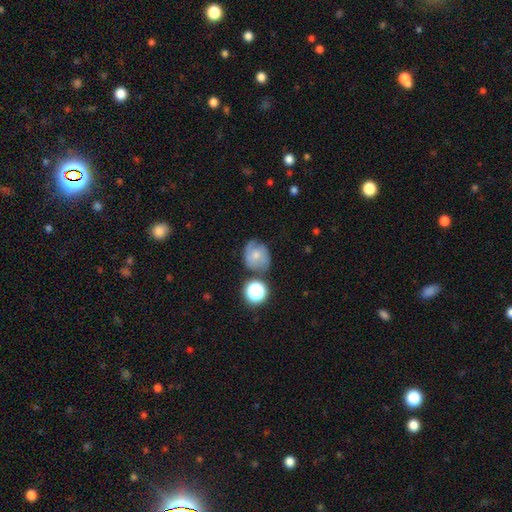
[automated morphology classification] Smooth or featured? smooth (53%)
How rounded? round (71%)
Merging? none (55%)